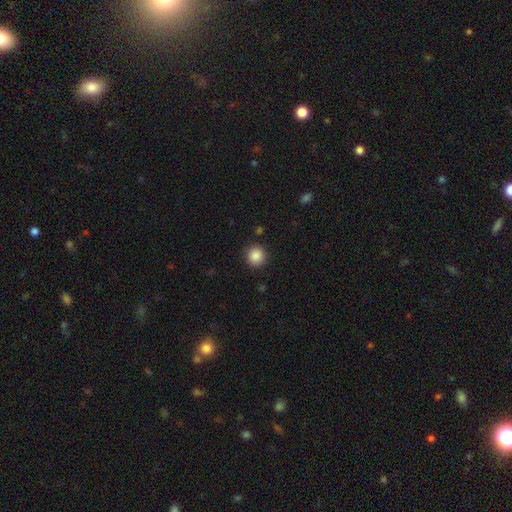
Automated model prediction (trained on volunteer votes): smooth_or_featured: smooth (p=0.88) [alt: star or artifact p=0.09]
how_rounded: round (p=0.93) [alt: in between p=0.06]
merging: none (p=0.90) [alt: minor disturbance p=0.06]